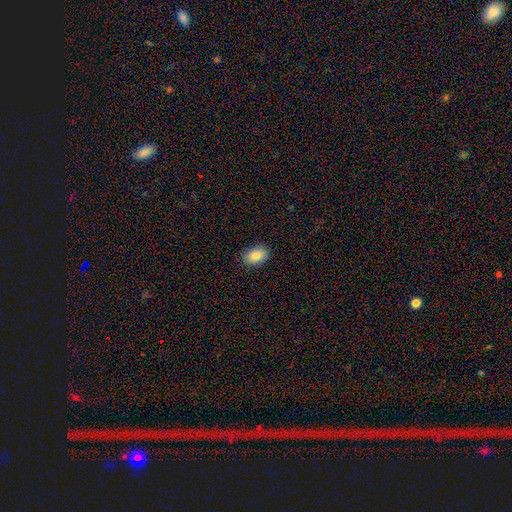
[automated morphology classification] Smooth or featured: smooth — 87% (star or artifact — 7%)
How rounded: in between — 86% (round — 13%)
Merging: none — 89% (minor disturbance — 8%)